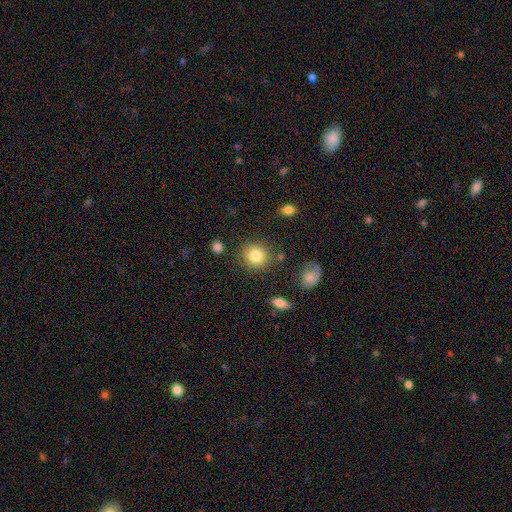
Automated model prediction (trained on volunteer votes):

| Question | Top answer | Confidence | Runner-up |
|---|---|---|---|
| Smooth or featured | smooth | 83% | star or artifact (9%) |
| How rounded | round | 86% | in between (13%) |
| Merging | none | 85% | minor disturbance (9%) |